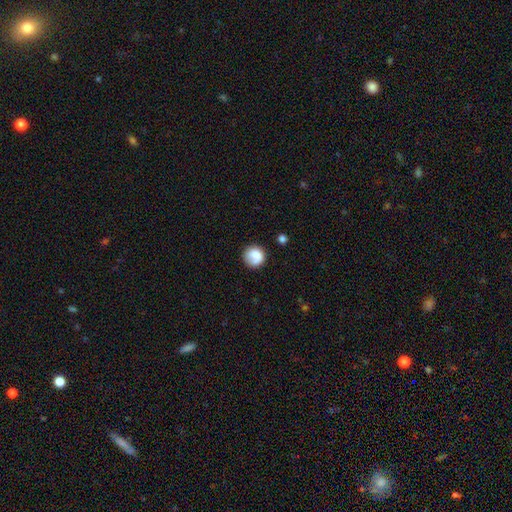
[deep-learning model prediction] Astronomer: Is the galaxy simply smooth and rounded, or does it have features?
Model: smooth — 77%.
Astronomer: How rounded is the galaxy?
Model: round — 87%.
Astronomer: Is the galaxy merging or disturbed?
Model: none — 65%.